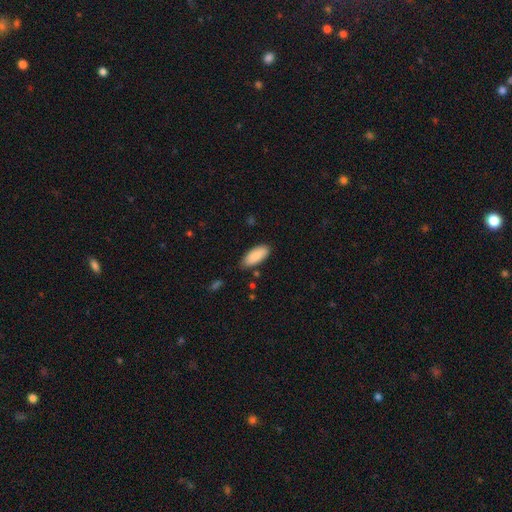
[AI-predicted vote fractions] smooth-or-featured: smooth: 89% | star or artifact: 6% | featured or disk: 5%
  how-rounded: in between: 83% | cigar-shaped: 15% | round: 2%
  merging: none: 81% | minor disturbance: 14% | major disturbance: 3% | merger: 2%